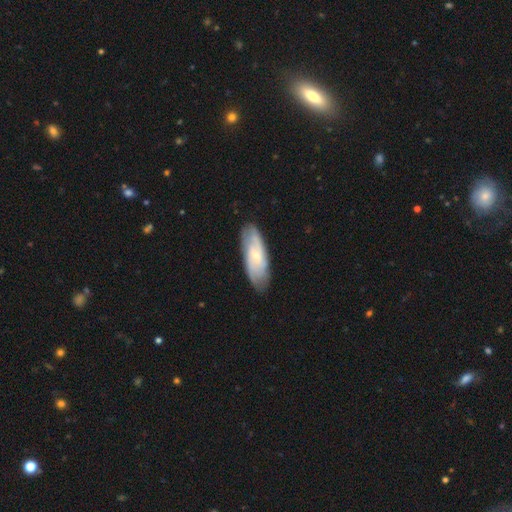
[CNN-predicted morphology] smooth-or-featured: featured or disk: 57% | smooth: 38% | star or artifact: 6%
  disk-edge-on: no: 85% | yes: 15%
  merging: none: 80% | minor disturbance: 16% | major disturbance: 3% | merger: 1%